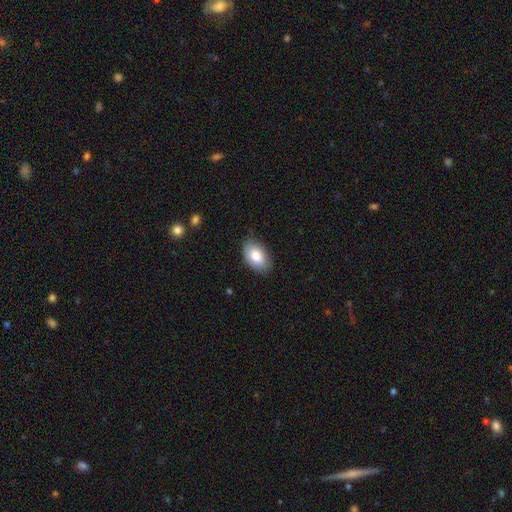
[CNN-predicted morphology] Smooth or featured?
  - smooth: 81% *
  - featured or disk: 13%
  - star or artifact: 7%
How rounded?
  - in between: 92% *
  - round: 7%
  - cigar-shaped: 1%
Merging?
  - none: 81% *
  - minor disturbance: 15%
  - major disturbance: 3%
  - merger: 1%